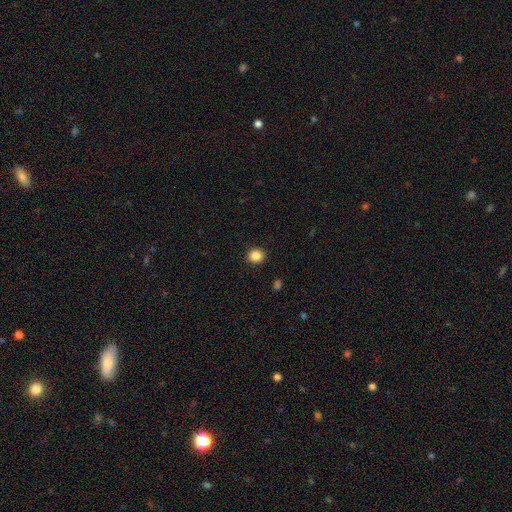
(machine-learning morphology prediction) The model was most divided on "how rounded": round: 83%, in between: 16%, cigar-shaped: 1%. More confident: merging — none (91%); smooth or featured — smooth (85%).